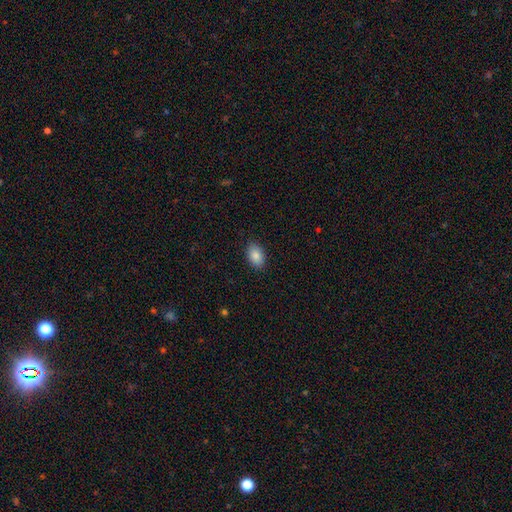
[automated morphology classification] Smooth or featured? Predicted: smooth (p=0.87). How rounded? Predicted: in between (p=0.89). Merging? Predicted: none (p=0.88).